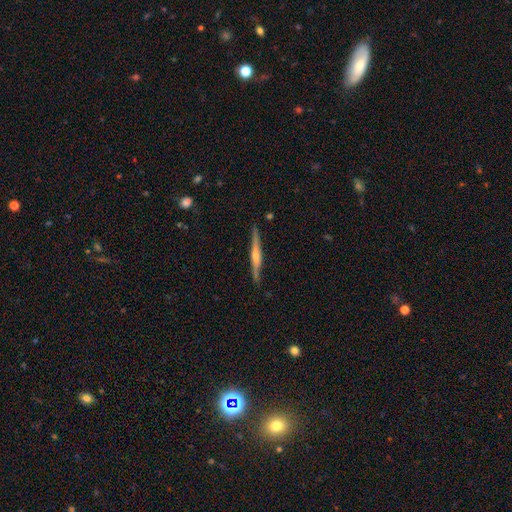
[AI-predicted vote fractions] smooth_or_featured: featured or disk (p=0.74) [alt: smooth p=0.20]
disk_edge_on: yes (p=0.98) [alt: no p=0.02]
edge_on_bulge: rounded (p=0.76) [alt: none p=0.14]
merging: none (p=0.88) [alt: minor disturbance p=0.09]